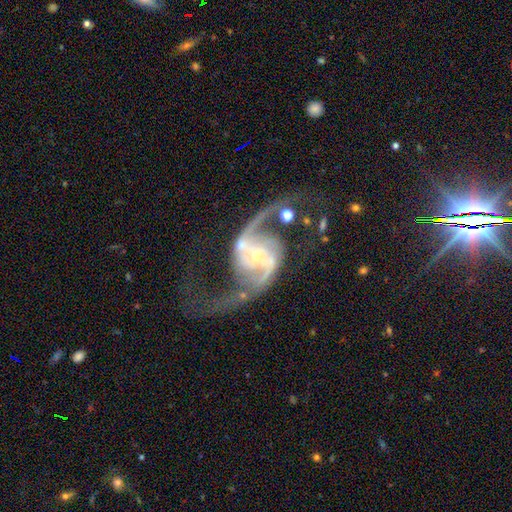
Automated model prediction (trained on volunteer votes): Morphology: type=featured or disk (92%); edge-on=no (98%); bar=strong (37%); spiral arms=yes (98%); winding=loose (61%); arm count=2 (94%); bulge=small (61%); merging=none (61%).